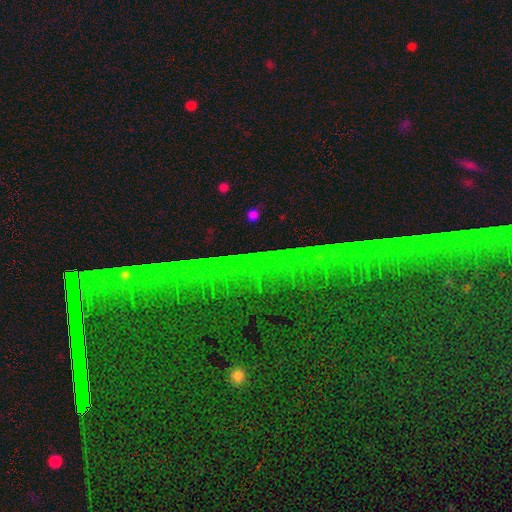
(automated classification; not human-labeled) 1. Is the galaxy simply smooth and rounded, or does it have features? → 85% star or artifact, 8% featured or disk, 7% smooth.